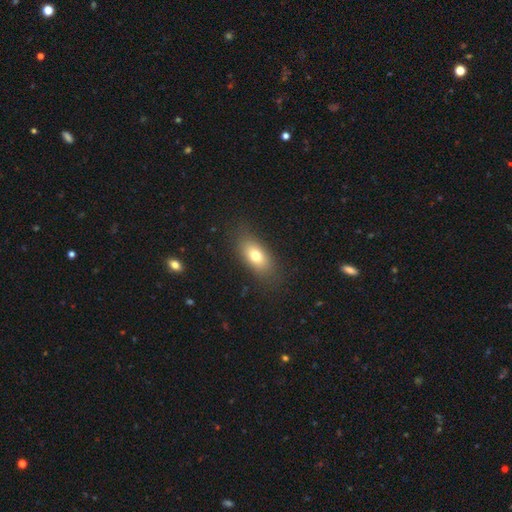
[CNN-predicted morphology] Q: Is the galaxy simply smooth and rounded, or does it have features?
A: smooth — 74%.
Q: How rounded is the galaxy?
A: in between — 84%.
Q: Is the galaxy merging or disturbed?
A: none — 82%.